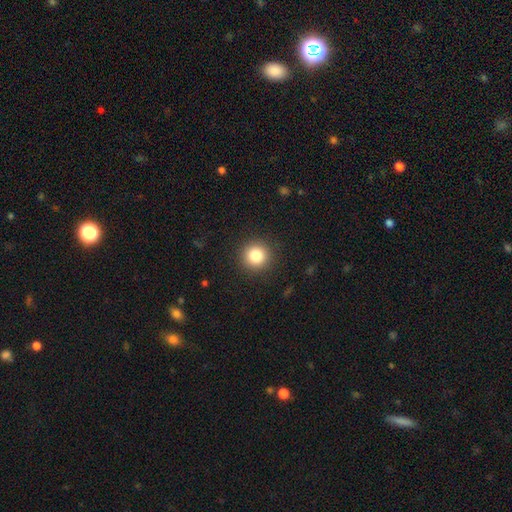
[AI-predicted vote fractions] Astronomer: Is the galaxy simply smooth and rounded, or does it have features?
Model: smooth — 82%.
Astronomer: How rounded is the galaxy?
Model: round — 95%.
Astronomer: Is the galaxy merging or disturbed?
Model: none — 92%.